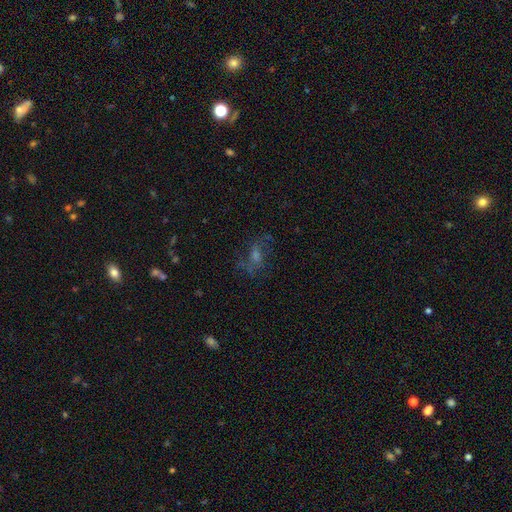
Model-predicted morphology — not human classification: smooth-or-featured: featured or disk: 43% | star or artifact: 29% | smooth: 28%
  merging: none: 61% | major disturbance: 18% | minor disturbance: 18% | merger: 3%